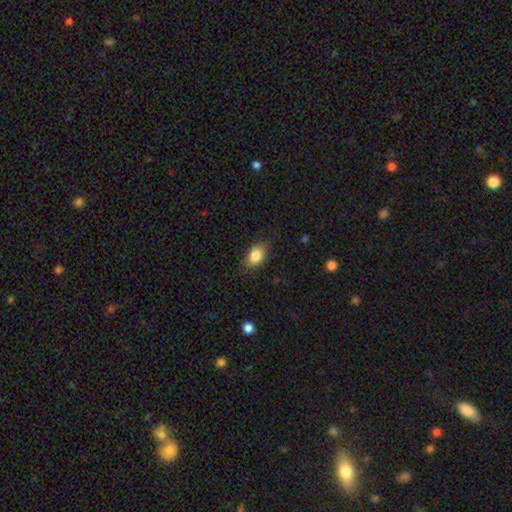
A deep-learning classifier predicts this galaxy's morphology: type=smooth (86%); roundness=in between (79%); merging=none (79%).